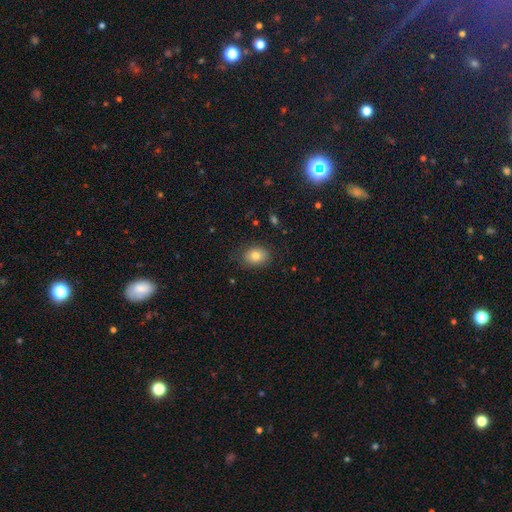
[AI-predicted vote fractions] Smooth or featured? smooth (80%)
How rounded? in between (66%)
Merging? none (82%)